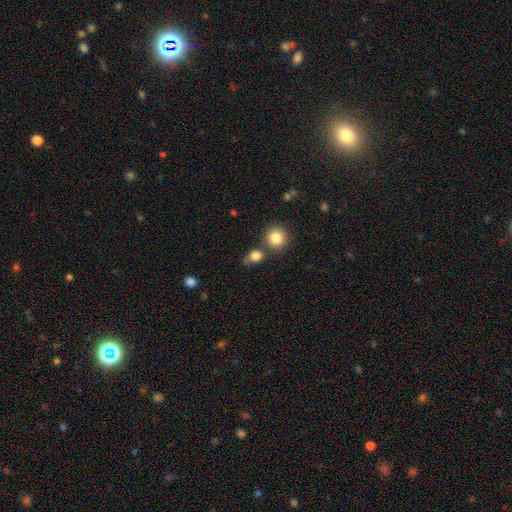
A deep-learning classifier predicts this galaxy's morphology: Q: Smooth or featured?
A: smooth (82%); runner-up: star or artifact (11%)
Q: How rounded?
A: round (61%); runner-up: in between (37%)
Q: Merging?
A: none (54%); runner-up: merger (19%)